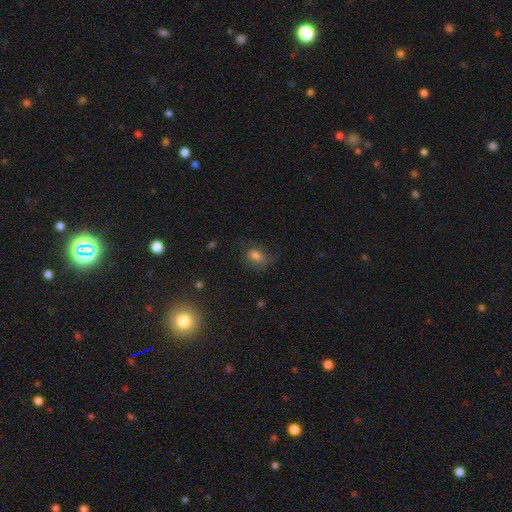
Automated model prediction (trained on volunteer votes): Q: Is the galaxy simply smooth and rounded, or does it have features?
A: smooth — 67%.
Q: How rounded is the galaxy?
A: in between — 74%.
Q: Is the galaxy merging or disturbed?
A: none — 58%.